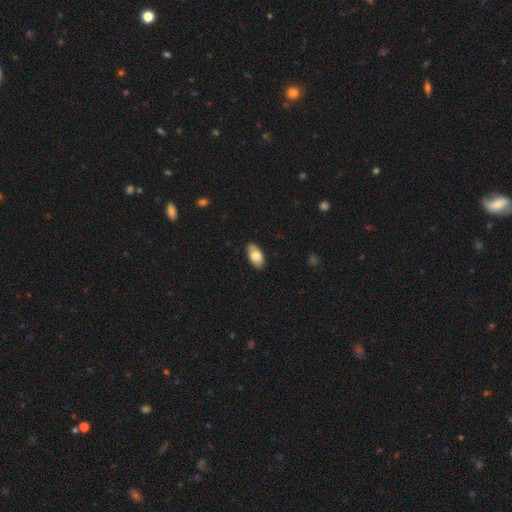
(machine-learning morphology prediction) smooth_or_featured: smooth (p=0.79) [alt: featured or disk p=0.14]
how_rounded: in between (p=0.94) [alt: round p=0.03]
merging: none (p=0.86) [alt: minor disturbance p=0.11]